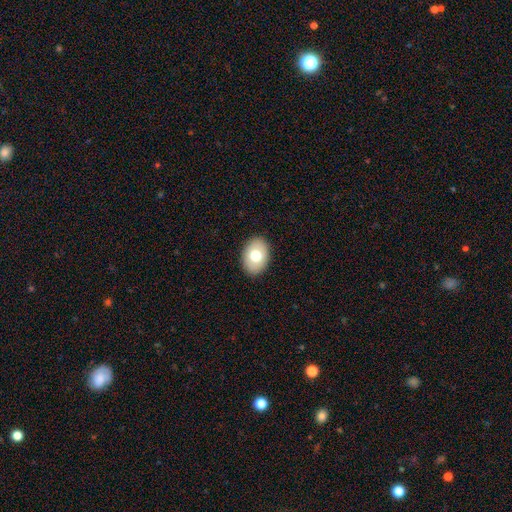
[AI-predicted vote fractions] This is likely a smooth galaxy (72%). How rounded: clearly in between (80%). Merging: clearly none (90%).